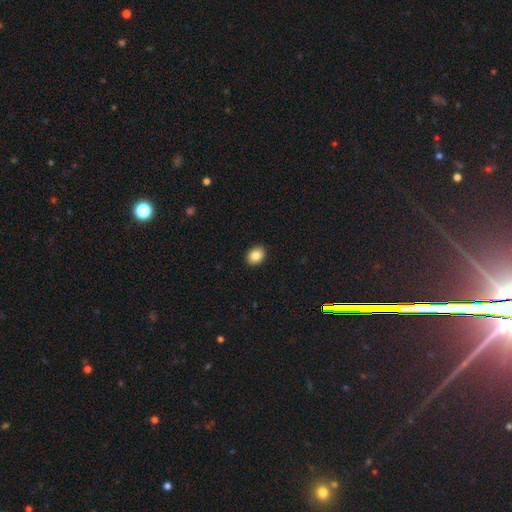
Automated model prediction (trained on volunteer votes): Smooth or featured? smooth (86%)
How rounded? in between (61%)
Merging? none (91%)